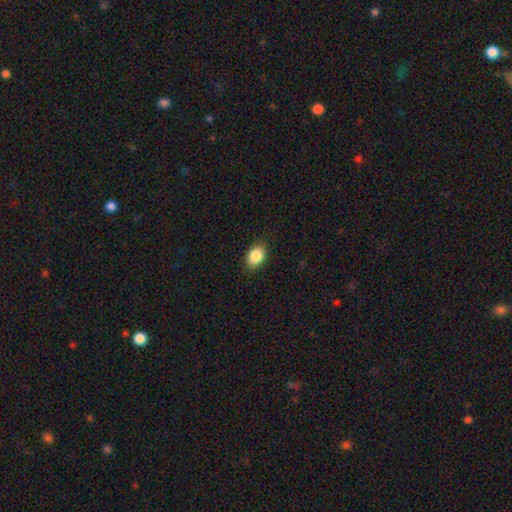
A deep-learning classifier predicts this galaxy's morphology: Q: Smooth or featured?
A: smooth (87%); runner-up: star or artifact (8%)
Q: How rounded?
A: in between (77%); runner-up: round (21%)
Q: Merging?
A: none (85%); runner-up: minor disturbance (11%)